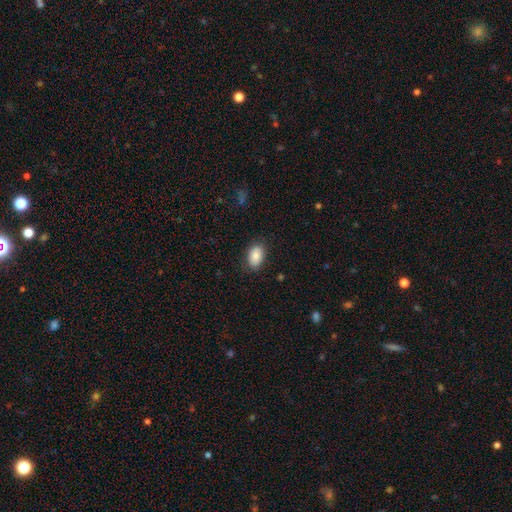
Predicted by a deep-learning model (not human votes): Smooth or featured: smooth — 84% (featured or disk — 9%)
How rounded: in between — 89% (round — 10%)
Merging: none — 83% (minor disturbance — 13%)